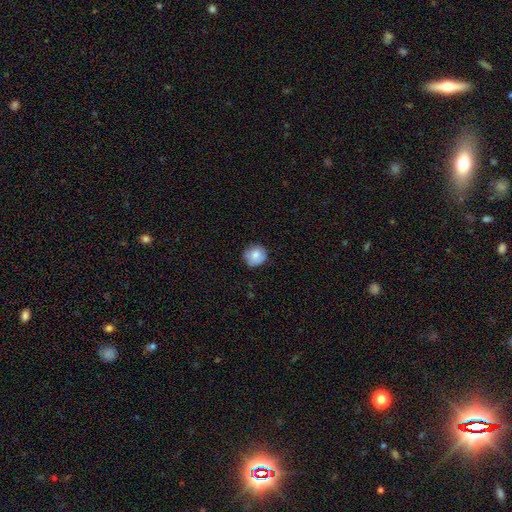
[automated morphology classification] A smooth galaxy with no disk features (81%) that is round (86%).

Vote fractions:
- Smooth or featured? smooth: 81% / featured or disk: 11% / star or artifact: 8%
- How rounded? round: 86% / in between: 13% / cigar-shaped: 1%
- Merging? none: 77% / minor disturbance: 19% / major disturbance: 3% / merger: 1%